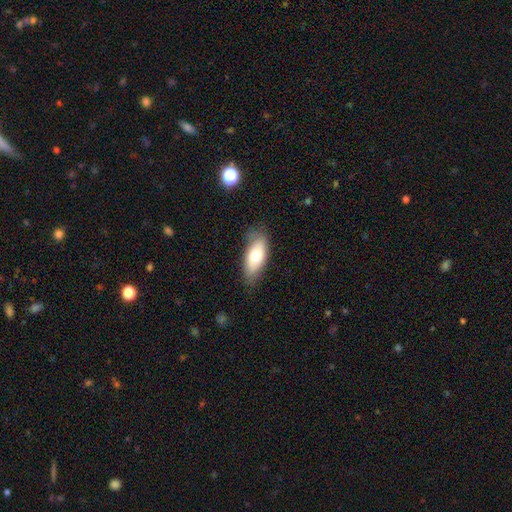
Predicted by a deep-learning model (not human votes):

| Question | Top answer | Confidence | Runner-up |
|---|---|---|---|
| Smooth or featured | smooth | 69% | featured or disk (24%) |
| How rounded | in between | 83% | cigar-shaped (14%) |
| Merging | none | 76% | minor disturbance (19%) |